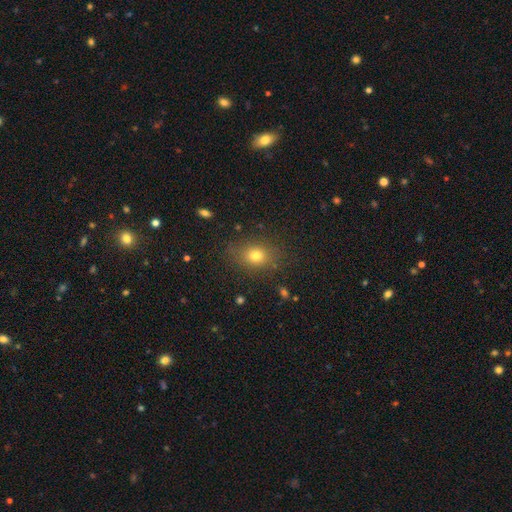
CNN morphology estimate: A smooth galaxy with no disk features (76%) that is in between round and cigar-shaped (53%). Merging: none (82%).